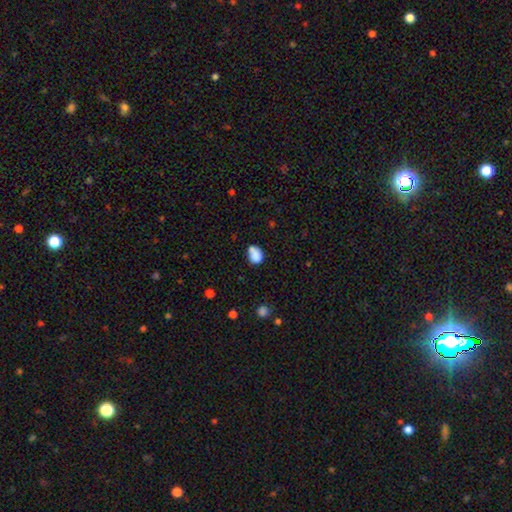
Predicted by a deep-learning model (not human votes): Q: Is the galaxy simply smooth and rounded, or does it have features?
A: smooth — 80%.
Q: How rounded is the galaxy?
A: in between — 61%.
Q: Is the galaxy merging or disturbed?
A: none — 45%.